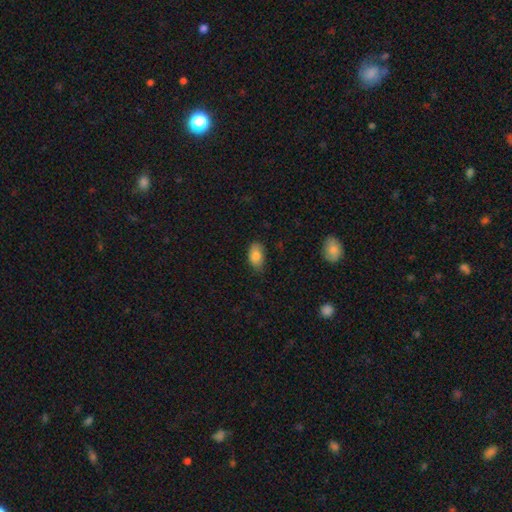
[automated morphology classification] The model was most divided on "merging": none: 69%, minor disturbance: 26%, major disturbance: 4%, merger: 1%. More confident: how rounded — in between (90%); smooth or featured — smooth (83%).